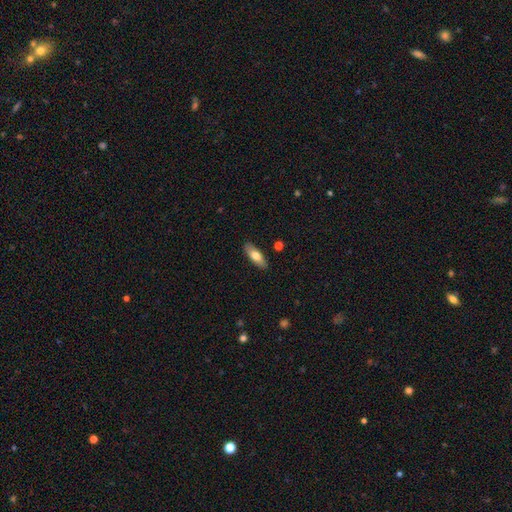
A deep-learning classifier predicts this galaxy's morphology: smooth 71%, featured or disk 23%, star or artifact 6%. Down the decision tree: how rounded — in between (70%); merging — none (88%).